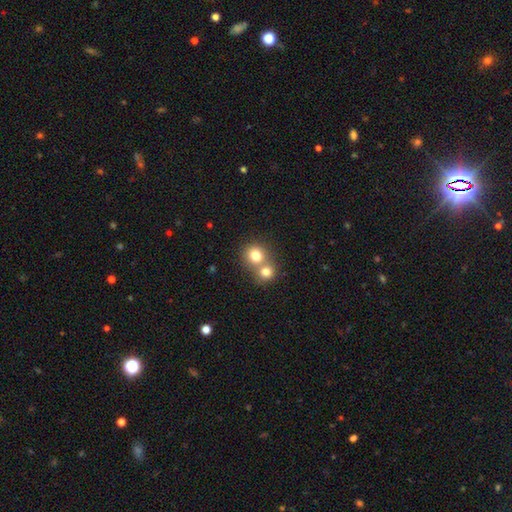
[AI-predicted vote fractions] A smooth galaxy with no disk features (77%) that is round (82%). Merging: merger (55%).